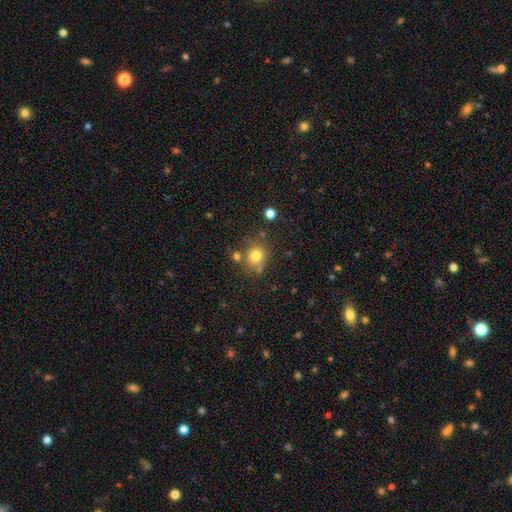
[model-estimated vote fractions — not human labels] Smooth or featured? smooth (77%)
How rounded? round (76%)
Merging? none (64%)